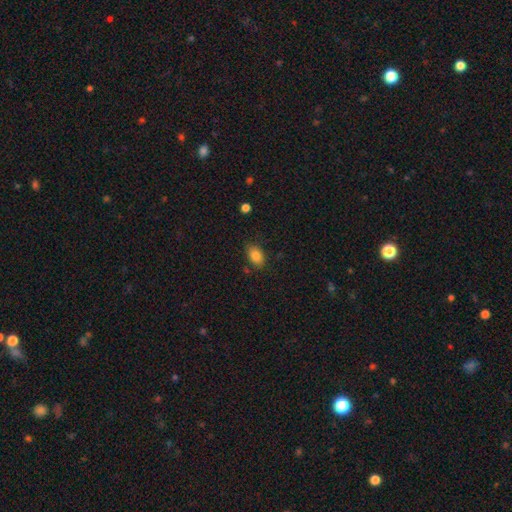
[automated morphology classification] Smooth or featured? smooth (84%)
How rounded? in between (84%)
Merging? none (79%)